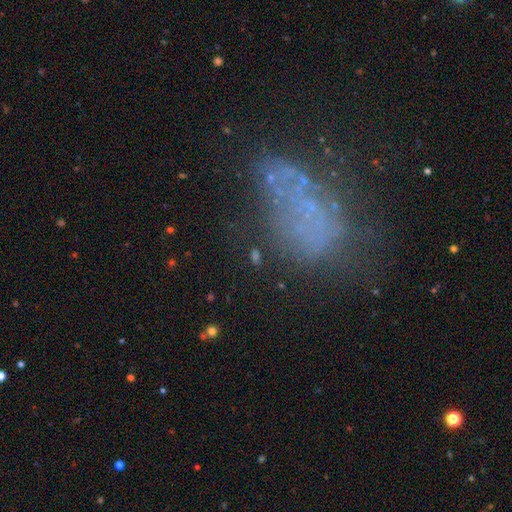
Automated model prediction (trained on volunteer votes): featured or disk 40%, smooth 31%, star or artifact 29%. Down the decision tree: merging — none (60%).